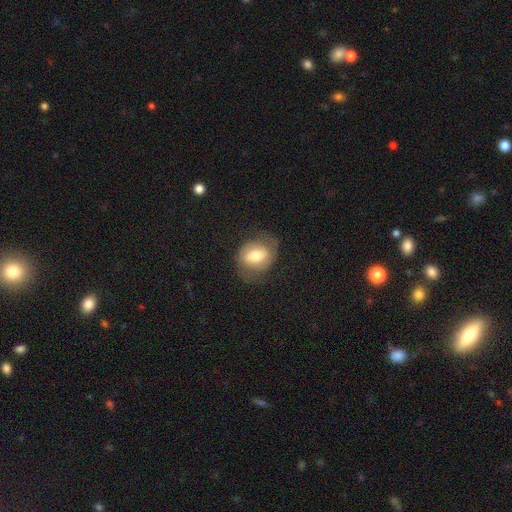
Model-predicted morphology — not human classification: Overall: smooth (57%; featured or disk 35%). How rounded: in between (60%; round 38%). Merging: none (66%).